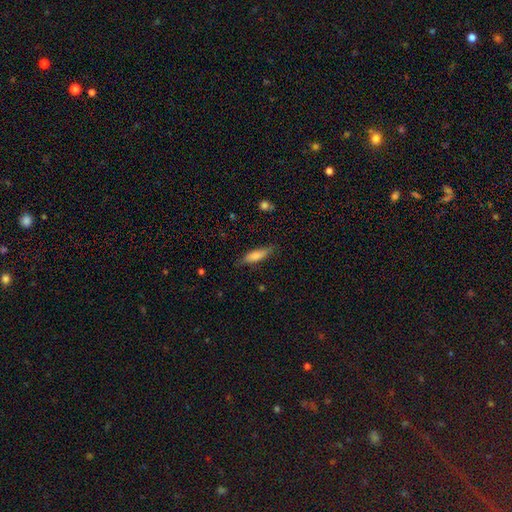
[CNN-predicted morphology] The model was most divided on "how rounded": cigar-shaped: 60%, in between: 39%, round: 2%. More confident: smooth or featured — smooth (79%); merging — none (78%).